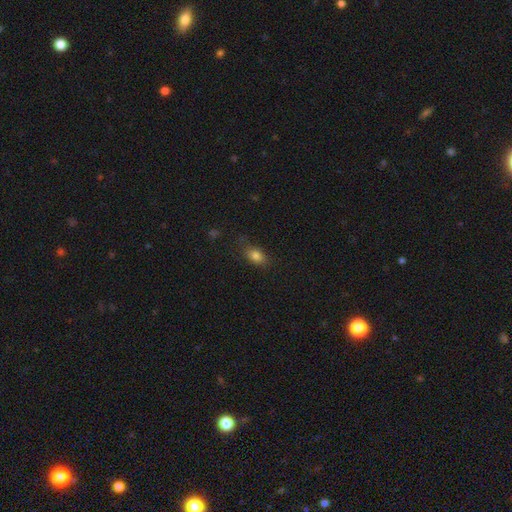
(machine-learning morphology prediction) Smooth or featured?
  - smooth: 82% *
  - star or artifact: 11%
  - featured or disk: 8%
How rounded?
  - in between: 81% *
  - round: 15%
  - cigar-shaped: 4%
Merging?
  - none: 73% *
  - minor disturbance: 19%
  - major disturbance: 6%
  - merger: 2%